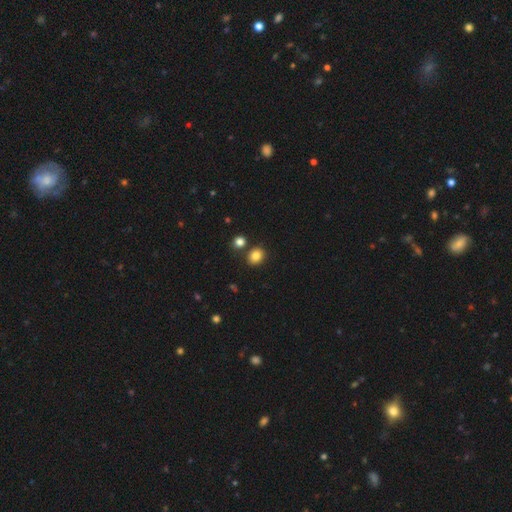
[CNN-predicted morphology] This appears to be a smooth galaxy with no disk features (83%) that is round (63%). Merging: none (79%).